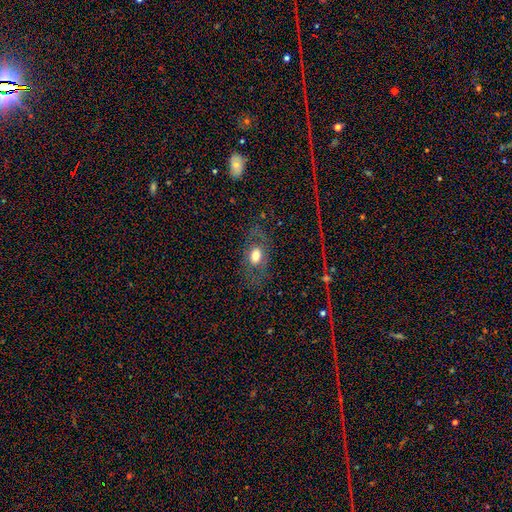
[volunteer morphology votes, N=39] smooth 64%, featured or disk 26%, star or artifact 10%. Down the decision tree: how rounded — in between (88%); merging — none (66%).